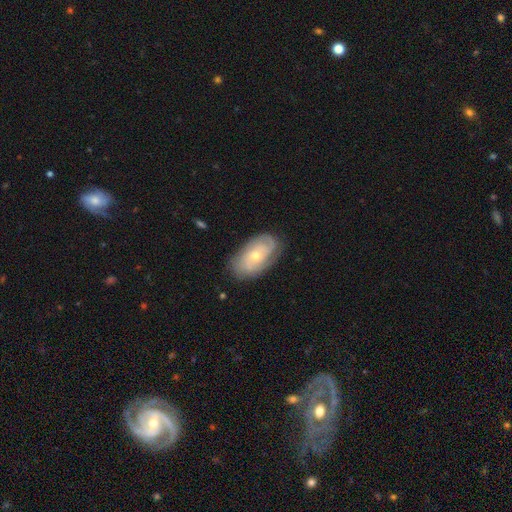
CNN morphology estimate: A featured or disk galaxy (71%) with no bar (77%), tight (64%) spiral arms (89%) and a small central bulge (53%). Merging: none (77%).